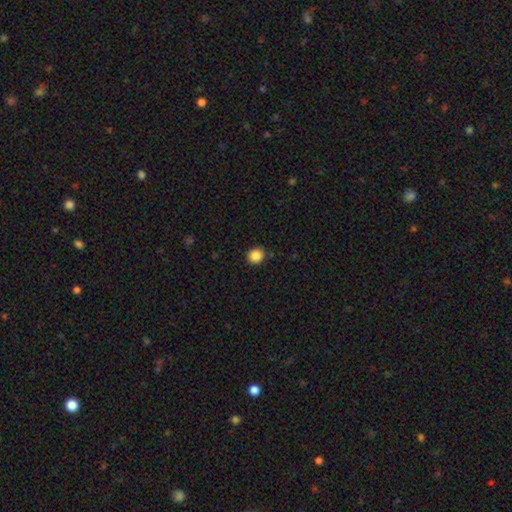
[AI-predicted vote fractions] Overall: smooth (86%). How rounded: round (89%). Merging: none (88%).